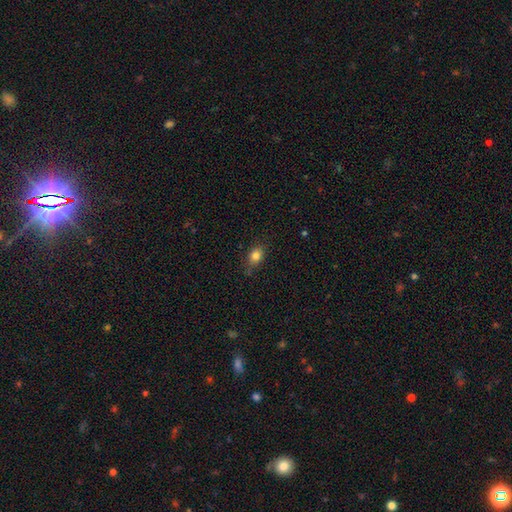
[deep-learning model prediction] Smooth or featured? Predicted: smooth (p=0.81). How rounded? Predicted: in between (p=0.59). Merging? Predicted: none (p=0.73).